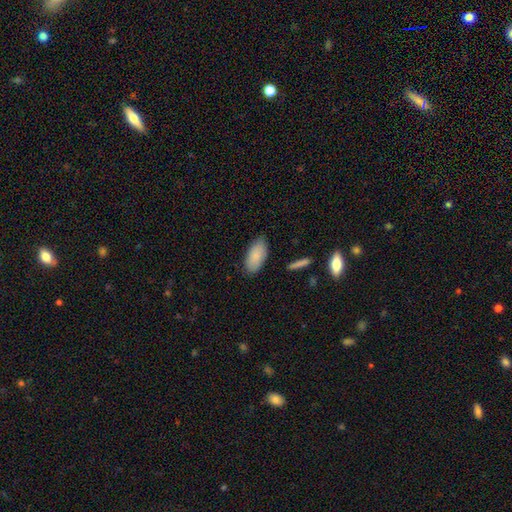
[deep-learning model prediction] Smooth or featured?
  - smooth: 87% *
  - featured or disk: 7%
  - star or artifact: 6%
How rounded?
  - in between: 93% *
  - cigar-shaped: 5%
  - round: 2%
Merging?
  - none: 82% *
  - minor disturbance: 14%
  - major disturbance: 3%
  - merger: 2%